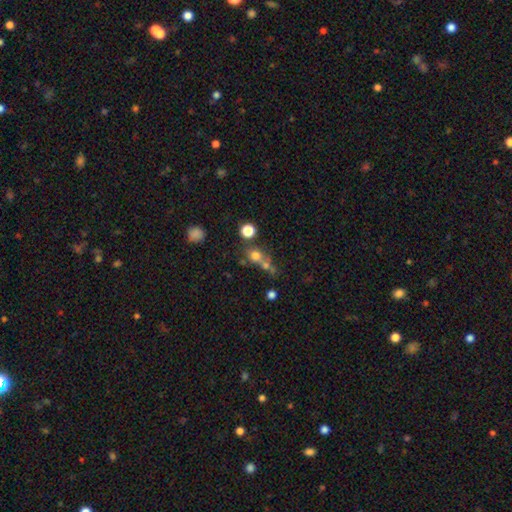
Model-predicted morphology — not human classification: Smooth or featured? smooth (66%)
How rounded? round (80%)
Merging? merger (45%)